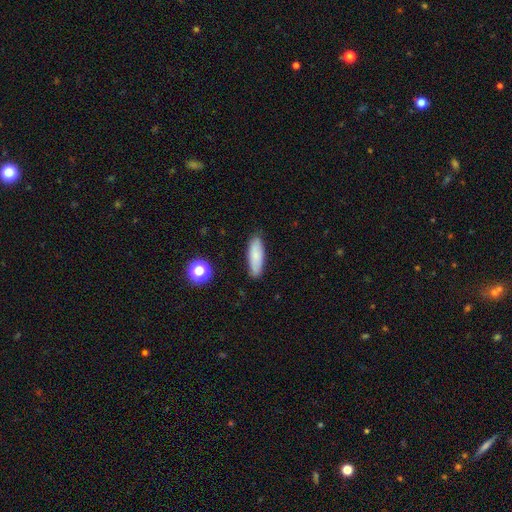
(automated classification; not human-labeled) Overall: smooth (80%). How rounded: in between (50%; cigar-shaped 48%). Merging: none (84%).